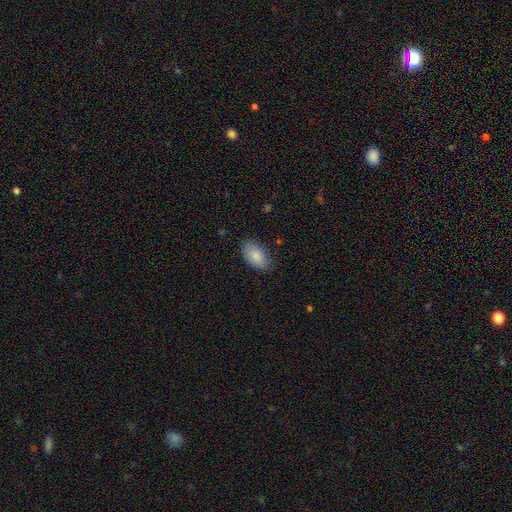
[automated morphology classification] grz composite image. It shows a smooth galaxy with no disk features (86%) that is in between round and cigar-shaped (94%). Merging: none (80%).